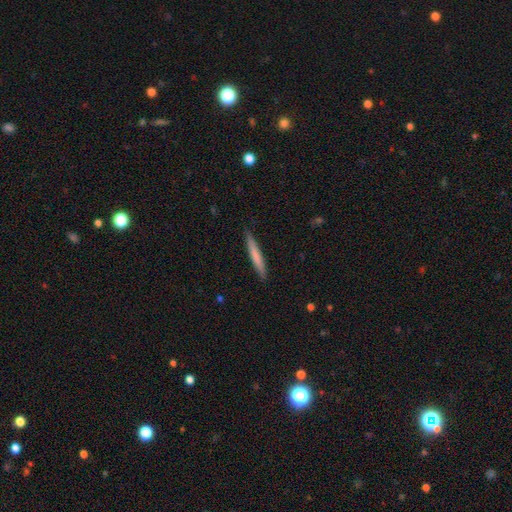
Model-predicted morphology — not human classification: Smooth or featured? smooth (70%)
How rounded? cigar-shaped (96%)
Merging? none (89%)